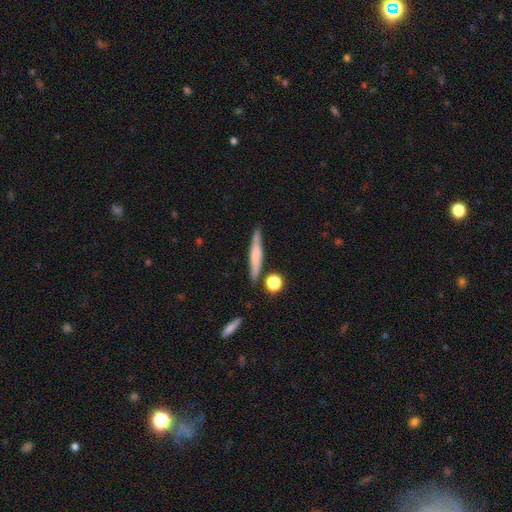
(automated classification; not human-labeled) smooth-or-featured: smooth: 53% | featured or disk: 40% | star or artifact: 7%
  how-rounded: cigar-shaped: 90% | in between: 7% | round: 2%
  merging: none: 79% | minor disturbance: 13% | merger: 5% | major disturbance: 3%